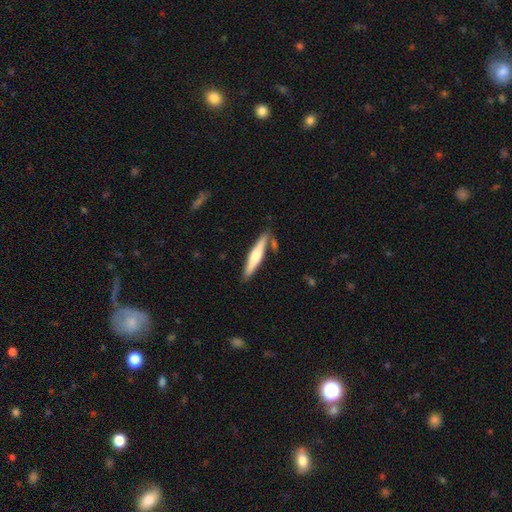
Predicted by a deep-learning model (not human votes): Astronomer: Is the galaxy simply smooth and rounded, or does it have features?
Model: featured or disk — 48% (runner-up: smooth, 47%).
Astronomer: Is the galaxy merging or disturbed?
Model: none — 80%.